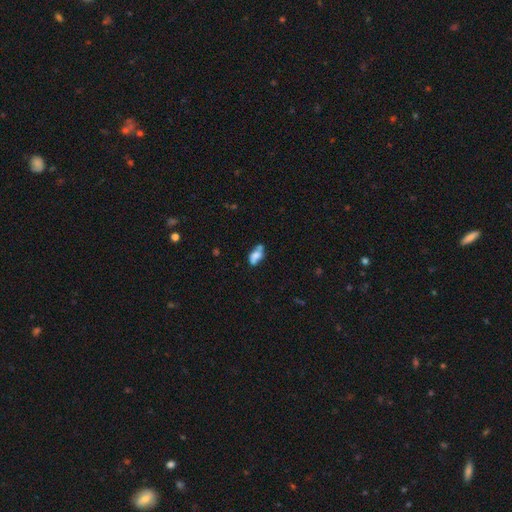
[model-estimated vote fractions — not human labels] Smooth or featured?
  - smooth: 63% *
  - featured or disk: 28%
  - star or artifact: 10%
How rounded?
  - in between: 87% *
  - round: 7%
  - cigar-shaped: 6%
Merging?
  - none: 41% *
  - merger: 26%
  - minor disturbance: 24%
  - major disturbance: 10%